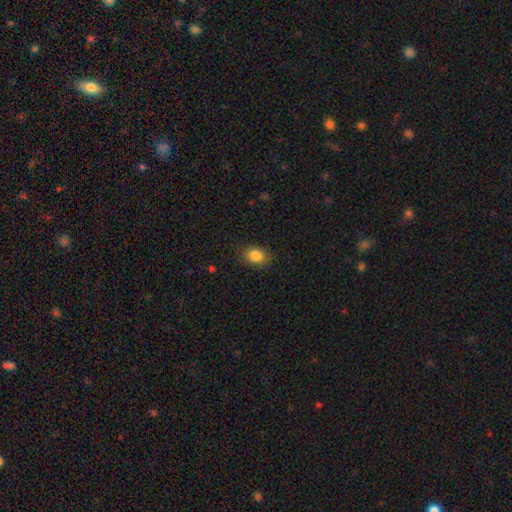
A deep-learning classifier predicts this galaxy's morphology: A smooth galaxy with no disk features (86%) that is in between round and cigar-shaped (70%). Merging: none (85%).